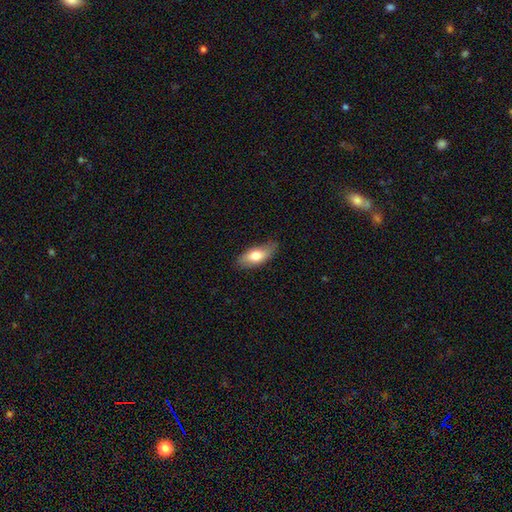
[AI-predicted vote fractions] smooth-or-featured: smooth: 71% | featured or disk: 22% | star or artifact: 6%
  how-rounded: in between: 82% | cigar-shaped: 15% | round: 3%
  merging: none: 76% | minor disturbance: 20% | major disturbance: 3% | merger: 1%